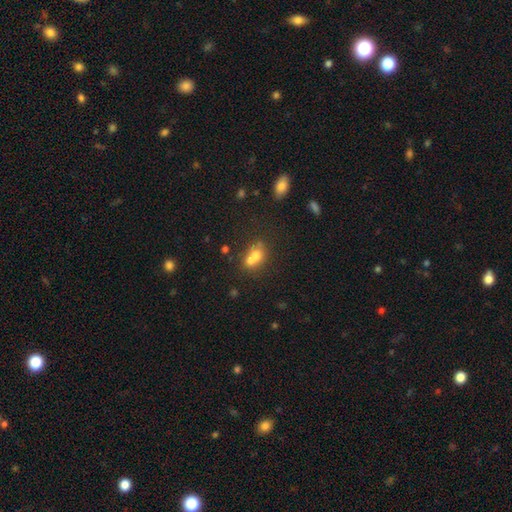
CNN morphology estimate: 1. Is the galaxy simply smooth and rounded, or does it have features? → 66% smooth, 21% featured or disk, 13% star or artifact.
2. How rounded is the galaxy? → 50% round, 48% in between, 2% cigar-shaped.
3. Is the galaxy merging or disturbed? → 60% merger, 27% none, 9% minor disturbance, 5% major disturbance.